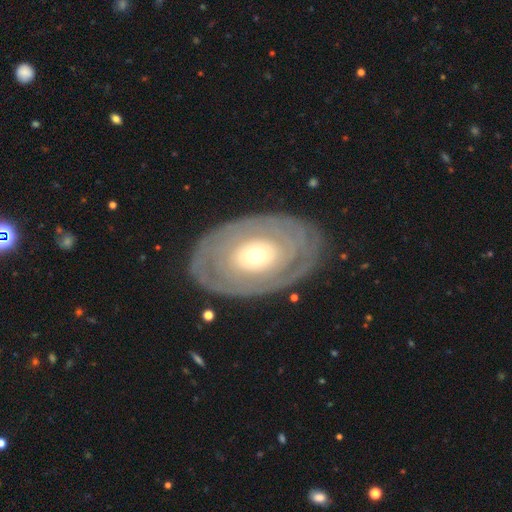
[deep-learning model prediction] This appears to be a featured or disk galaxy (70%) with no bar (88%), no spiral arms (51%) and a small central bulge (56%). Merging: none (82%).